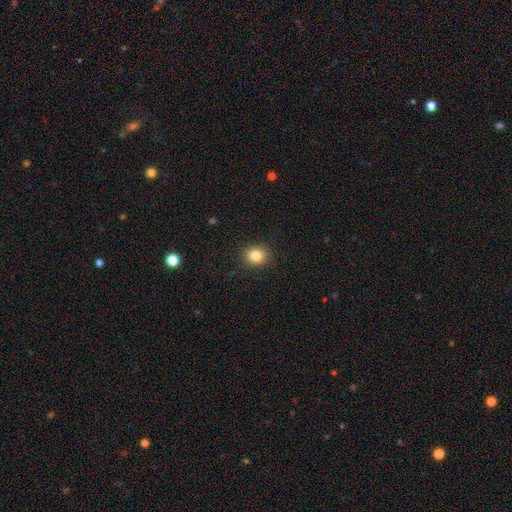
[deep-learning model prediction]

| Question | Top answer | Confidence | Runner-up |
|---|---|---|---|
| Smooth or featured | smooth | 83% | star or artifact (11%) |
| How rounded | round | 74% | in between (25%) |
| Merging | none | 90% | minor disturbance (7%) |